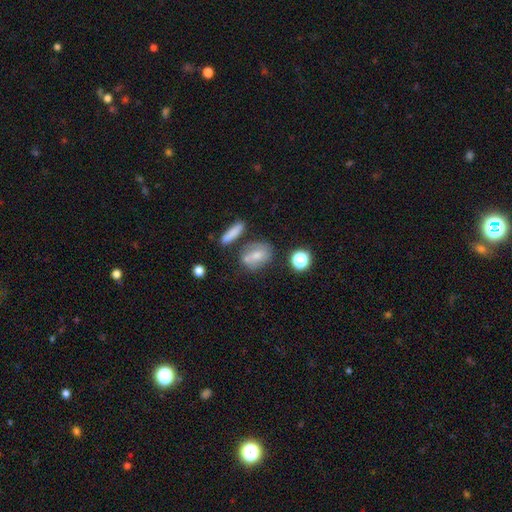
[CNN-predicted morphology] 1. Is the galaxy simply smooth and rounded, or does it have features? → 56% smooth, 28% featured or disk, 16% star or artifact.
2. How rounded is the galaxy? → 56% in between, 38% round, 6% cigar-shaped.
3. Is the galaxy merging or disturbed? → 63% none, 16% merger, 15% minor disturbance, 6% major disturbance.